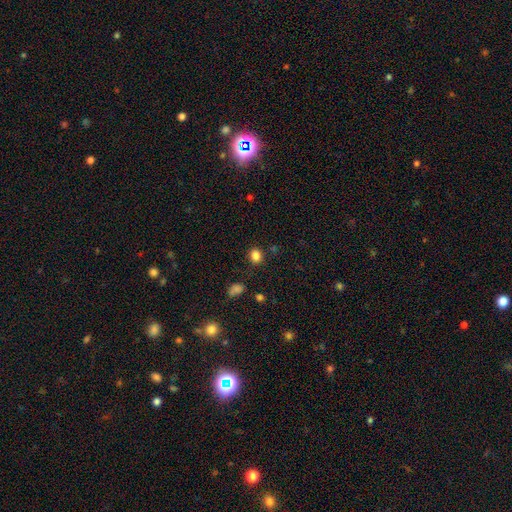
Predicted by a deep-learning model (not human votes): Smooth or featured?
  - smooth: 84% *
  - star or artifact: 12%
  - featured or disk: 4%
How rounded?
  - round: 68% *
  - in between: 31%
  - cigar-shaped: 1%
Merging?
  - none: 84% *
  - minor disturbance: 10%
  - major disturbance: 3%
  - merger: 3%